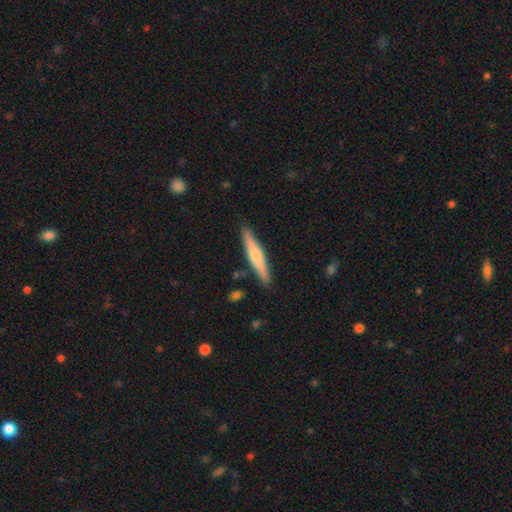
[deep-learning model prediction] Morphology: type=smooth (50%); merging=none (88%).